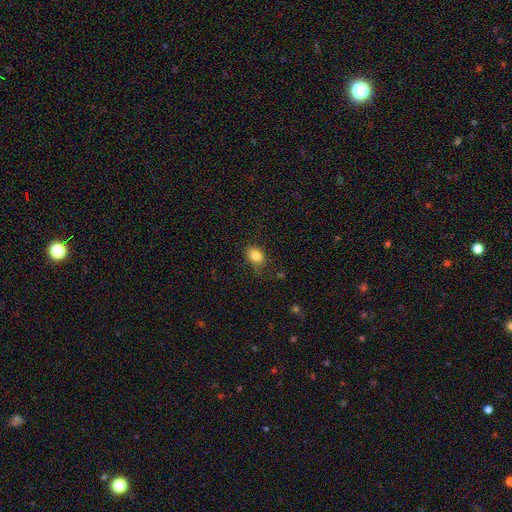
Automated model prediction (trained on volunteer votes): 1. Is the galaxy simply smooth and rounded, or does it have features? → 83% smooth, 10% star or artifact, 7% featured or disk.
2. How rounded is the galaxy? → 69% in between, 30% round, 1% cigar-shaped.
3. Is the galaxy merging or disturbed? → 71% none, 22% minor disturbance, 6% major disturbance, 1% merger.